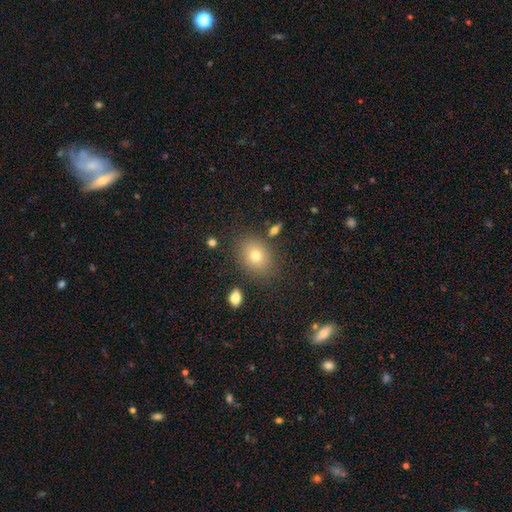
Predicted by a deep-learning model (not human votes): Morphology: type=smooth (74%); roundness=in between (60%); merging=none (81%).